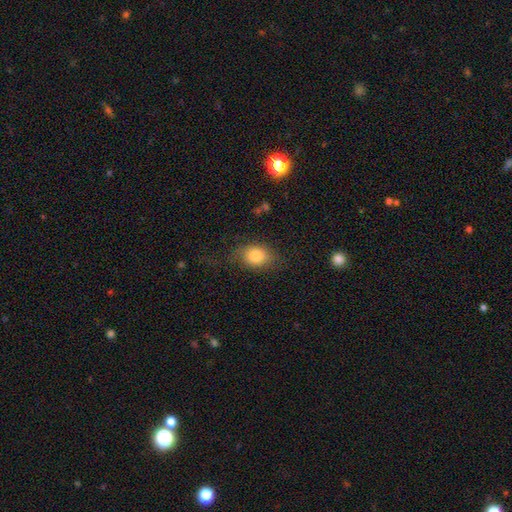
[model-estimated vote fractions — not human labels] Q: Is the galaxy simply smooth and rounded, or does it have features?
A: smooth — 82%.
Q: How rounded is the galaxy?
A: in between — 59%.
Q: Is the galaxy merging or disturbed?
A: none — 65%.